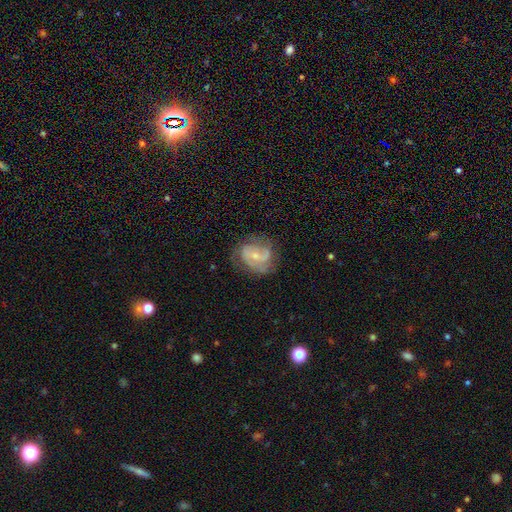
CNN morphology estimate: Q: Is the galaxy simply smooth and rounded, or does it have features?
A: featured or disk — 77%.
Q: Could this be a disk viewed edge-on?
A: no — 98%.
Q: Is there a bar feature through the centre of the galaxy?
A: weak — 44%.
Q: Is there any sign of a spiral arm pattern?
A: yes — 92%.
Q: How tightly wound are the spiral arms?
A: medium — 47%.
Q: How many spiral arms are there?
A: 2 — 57%.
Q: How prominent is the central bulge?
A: small — 66%.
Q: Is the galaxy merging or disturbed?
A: none — 65%.